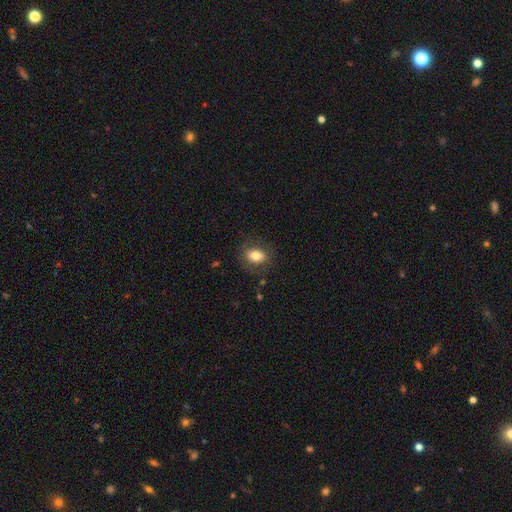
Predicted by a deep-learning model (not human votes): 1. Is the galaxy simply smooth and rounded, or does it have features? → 77% smooth, 14% featured or disk, 9% star or artifact.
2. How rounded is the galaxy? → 69% in between, 29% round, 2% cigar-shaped.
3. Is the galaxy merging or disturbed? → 81% none, 13% minor disturbance, 5% major disturbance, 1% merger.